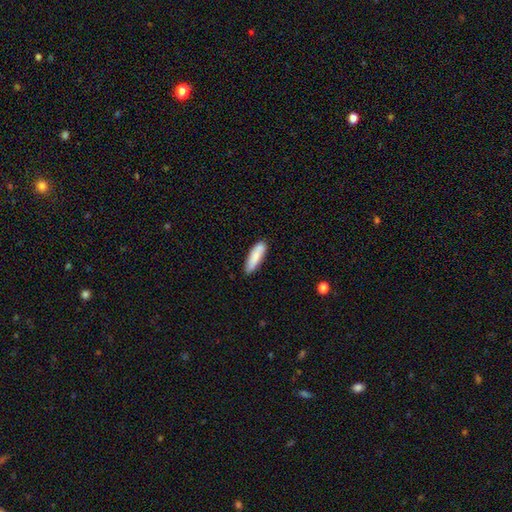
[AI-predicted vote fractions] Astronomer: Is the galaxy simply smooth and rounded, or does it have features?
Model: smooth — 85%.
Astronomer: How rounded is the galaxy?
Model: cigar-shaped — 65%.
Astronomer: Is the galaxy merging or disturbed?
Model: none — 83%.